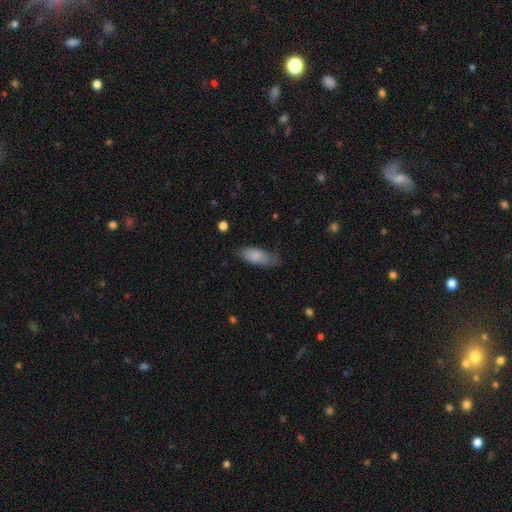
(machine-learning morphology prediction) This appears to be a smooth galaxy with no disk features (82%) that is in between round and cigar-shaped (83%). Merging: none (61%).